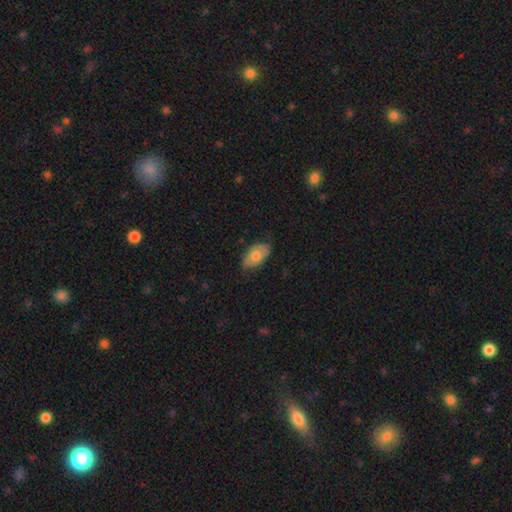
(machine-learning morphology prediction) Smooth or featured? Predicted: smooth (p=0.67). How rounded? Predicted: in between (p=0.93). Merging? Predicted: none (p=0.71).